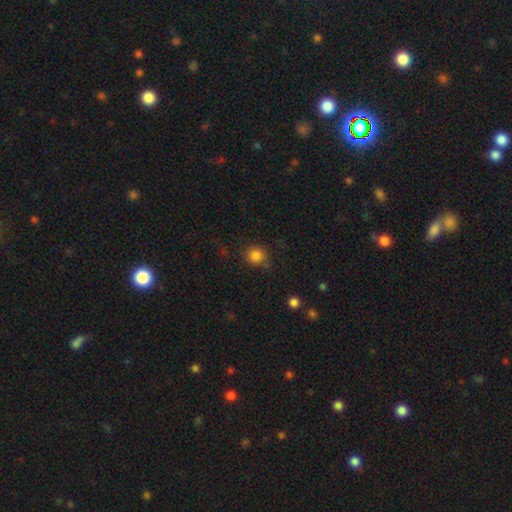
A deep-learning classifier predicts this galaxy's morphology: Smooth or featured? Predicted: smooth (p=0.84). How rounded? Predicted: round (p=0.82). Merging? Predicted: none (p=0.73).